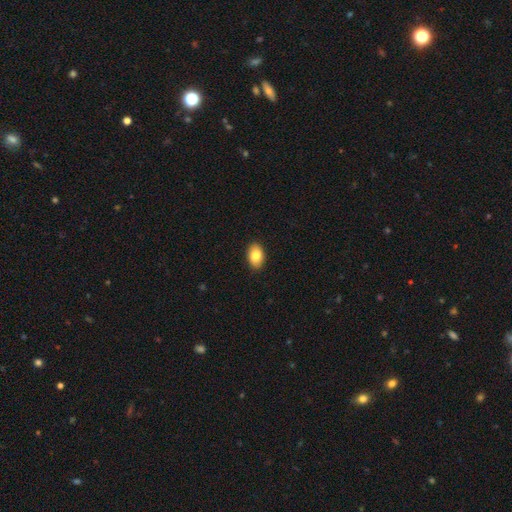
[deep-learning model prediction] Smooth or featured: smooth — 84% (featured or disk — 9%)
How rounded: in between — 88% (round — 11%)
Merging: none — 90% (minor disturbance — 7%)